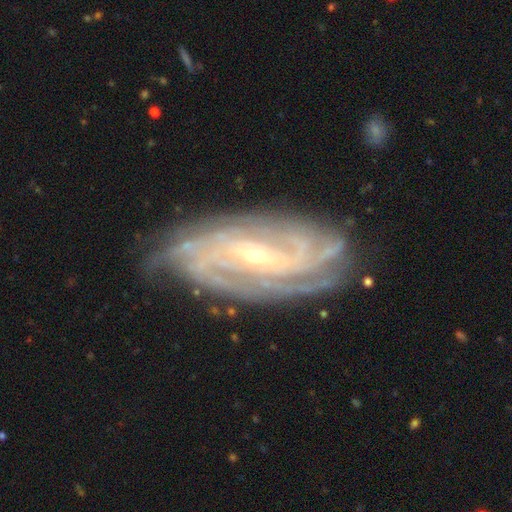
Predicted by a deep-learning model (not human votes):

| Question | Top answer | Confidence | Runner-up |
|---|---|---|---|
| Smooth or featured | featured or disk | 90% | star or artifact (5%) |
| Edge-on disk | no | 94% | yes (6%) |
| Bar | weak | 41% | strong (31%) |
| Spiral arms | yes | 98% | no (2%) |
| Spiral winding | tight | 73% | medium (22%) |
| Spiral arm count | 4 | 26% | can't tell (24%) |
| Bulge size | small | 73% | moderate (24%) |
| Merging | none | 78% | minor disturbance (16%) |